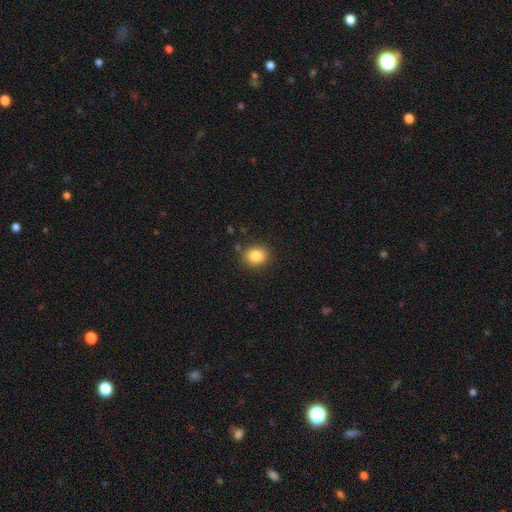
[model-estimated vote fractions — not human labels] Overall: smooth (85%). How rounded: round (66%; in between 33%). Merging: none (85%).